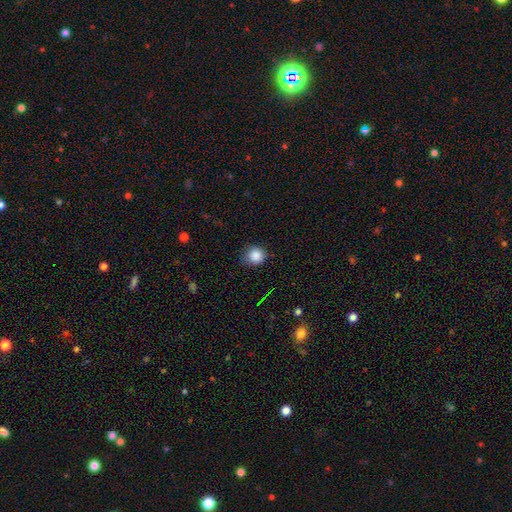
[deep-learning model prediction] smooth 85%, star or artifact 11%, featured or disk 4%. Down the decision tree: how rounded — round (89%); merging — none (78%).